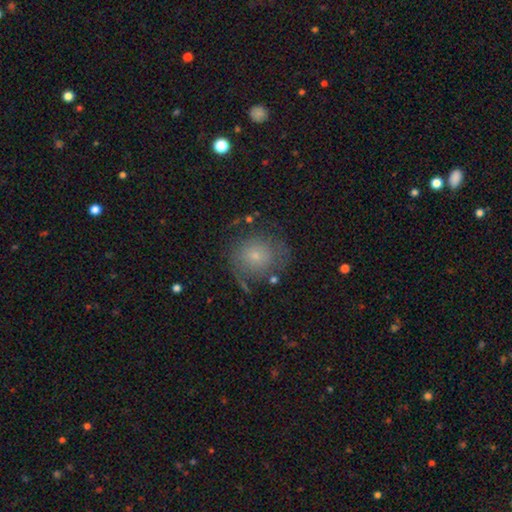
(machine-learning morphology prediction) A smooth galaxy with no disk features (57%) that is round (87%). Merging: none (63%).